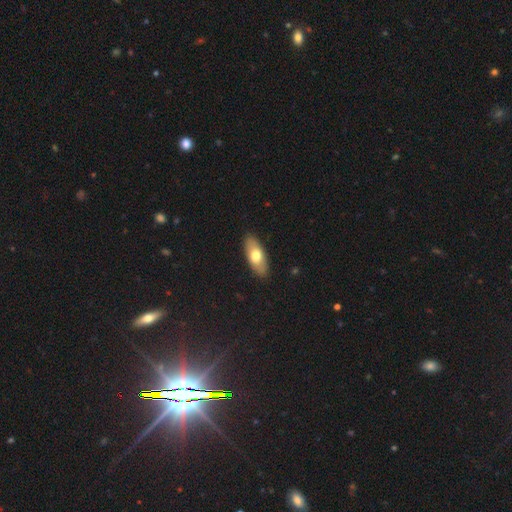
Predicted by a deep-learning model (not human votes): Smooth or featured? smooth (68%)
How rounded? in between (83%)
Merging? none (89%)